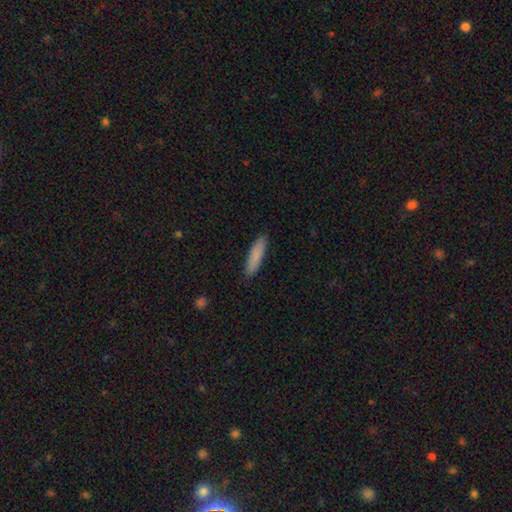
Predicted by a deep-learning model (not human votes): The model was most divided on "how rounded": cigar-shaped: 81%, in between: 18%, round: 1%. More confident: merging — none (89%); smooth or featured — smooth (86%).